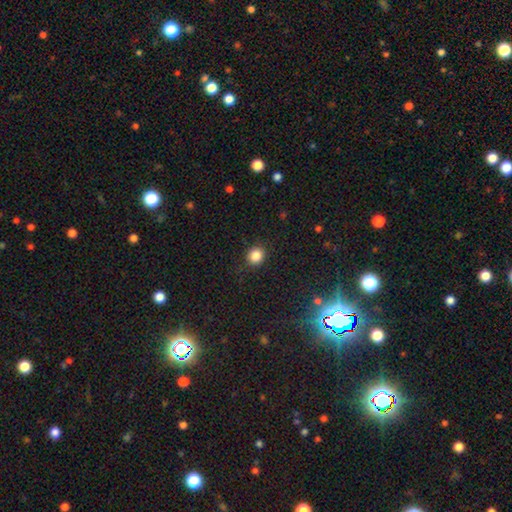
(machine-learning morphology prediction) Overall: smooth (85%). How rounded: round (81%). Merging: none (88%).